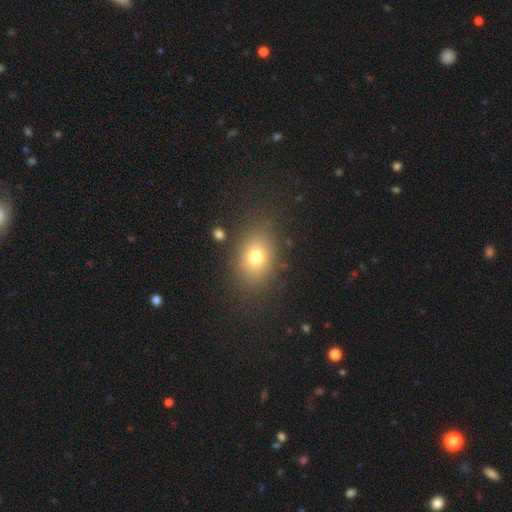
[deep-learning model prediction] A smooth galaxy with no disk features (74%) that is in between round and cigar-shaped (70%).

Vote fractions:
- Smooth or featured? smooth: 74% / star or artifact: 14% / featured or disk: 12%
- How rounded? in between: 70% / round: 28% / cigar-shaped: 2%
- Merging? none: 83% / minor disturbance: 11% / major disturbance: 4% / merger: 2%